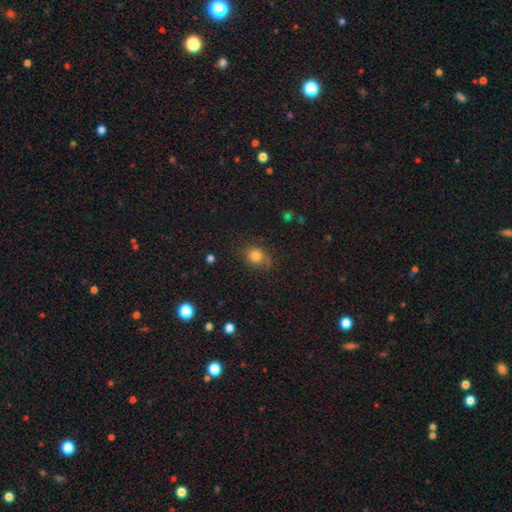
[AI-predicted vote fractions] The model was most divided on "how rounded": round: 62%, in between: 37%, cigar-shaped: 1%. More confident: smooth or featured — smooth (77%); merging — none (60%).